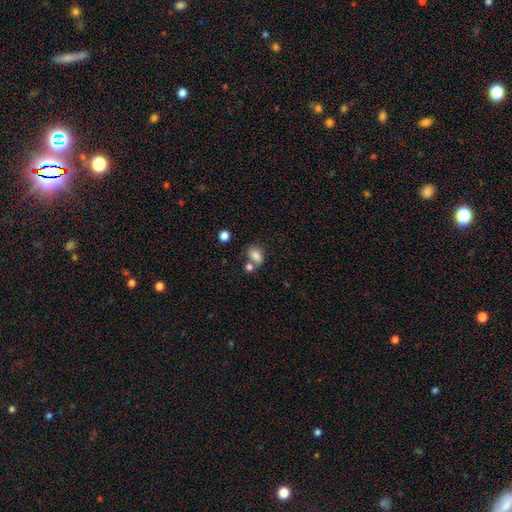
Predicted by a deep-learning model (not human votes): This appears to be a smooth galaxy with no disk features (82%) that is in between round and cigar-shaped (79%). Merging: none (50%).